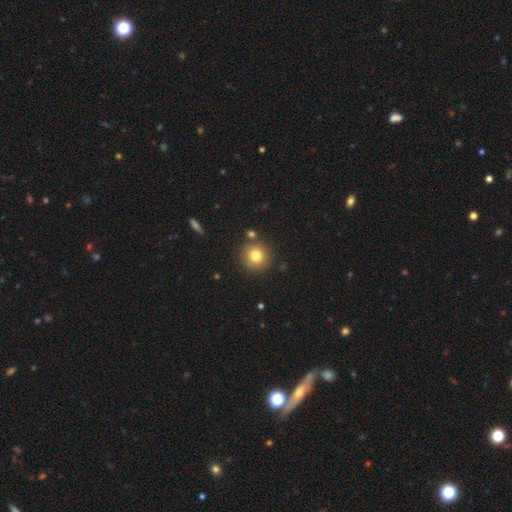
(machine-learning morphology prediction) A smooth galaxy with no disk features (79%) that is round (94%). Merging: none (84%).